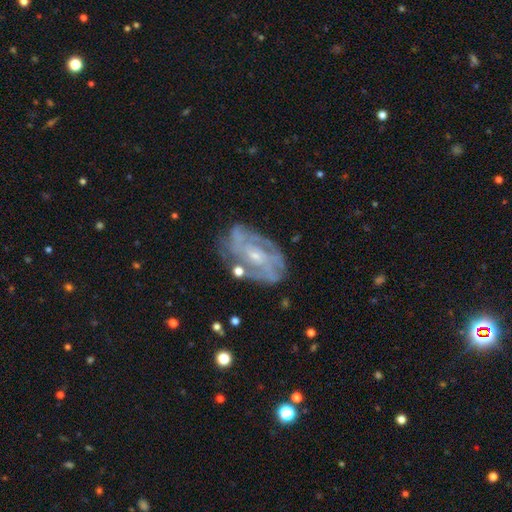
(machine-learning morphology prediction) smooth_or_featured: featured or disk (p=0.82) [alt: smooth p=0.11]
disk_edge_on: no (p=0.96) [alt: yes p=0.04]
bar: no (p=0.59) [alt: weak p=0.32]
has_spiral_arms: yes (p=0.88) [alt: no p=0.12]
spiral_winding: tight (p=0.54) [alt: medium p=0.34]
spiral_arm_count: can't tell (p=0.35) [alt: 2 p=0.27]
bulge_size: small (p=0.68) [alt: moderate p=0.27]
merging: none (p=0.70) [alt: minor disturbance p=0.19]